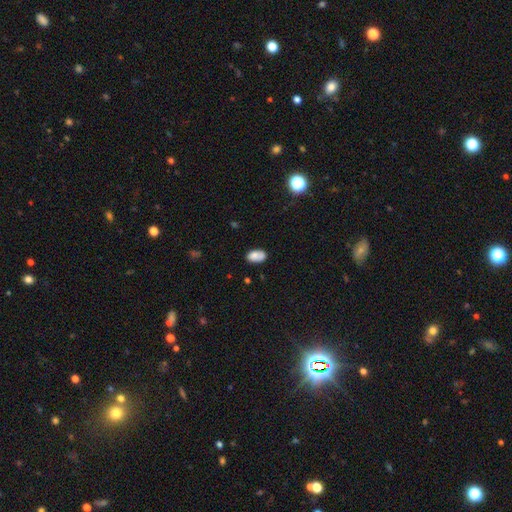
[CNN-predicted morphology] Q: Smooth or featured?
A: smooth (77%); runner-up: featured or disk (14%)
Q: How rounded?
A: in between (89%); runner-up: round (9%)
Q: Merging?
A: none (60%); runner-up: minor disturbance (22%)